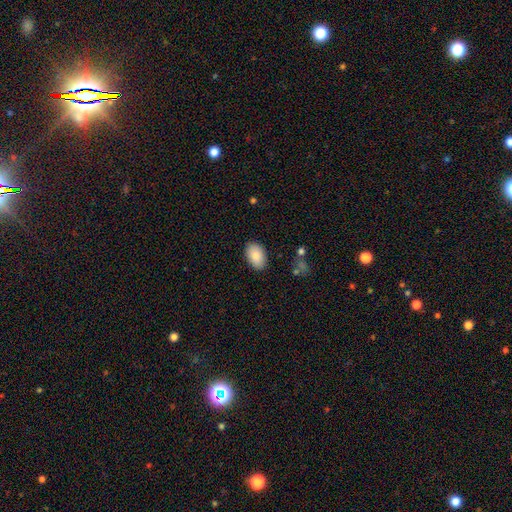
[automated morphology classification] This appears to be a smooth galaxy with no disk features (87%) that is in between round and cigar-shaped (92%). Merging: none (87%).